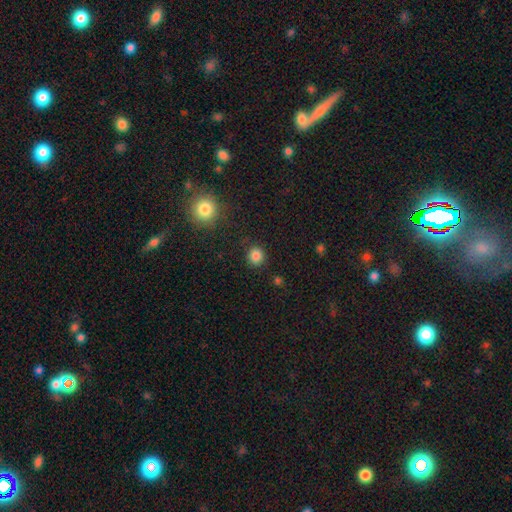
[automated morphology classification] Smooth or featured?
  - smooth: 84% *
  - star or artifact: 12%
  - featured or disk: 4%
How rounded?
  - round: 89% *
  - in between: 10%
  - cigar-shaped: 1%
Merging?
  - none: 88% *
  - minor disturbance: 7%
  - major disturbance: 3%
  - merger: 2%